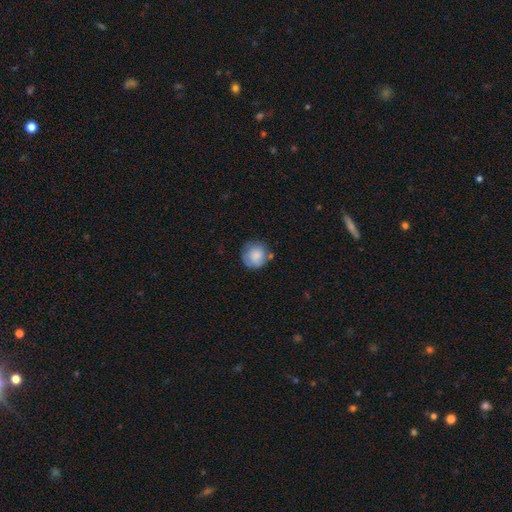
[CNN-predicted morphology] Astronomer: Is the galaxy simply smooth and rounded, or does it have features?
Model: smooth — 74%.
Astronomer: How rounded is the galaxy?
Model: round — 89%.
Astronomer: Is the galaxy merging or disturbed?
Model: none — 66%.